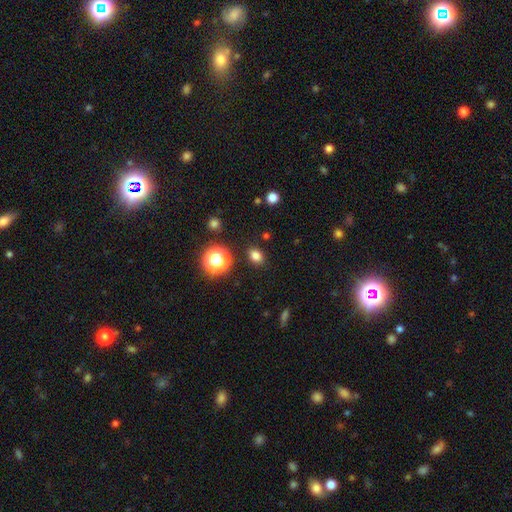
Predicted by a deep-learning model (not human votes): This appears to be a smooth galaxy with no disk features (78%) that is in between round and cigar-shaped (63%). Merging: none (87%).